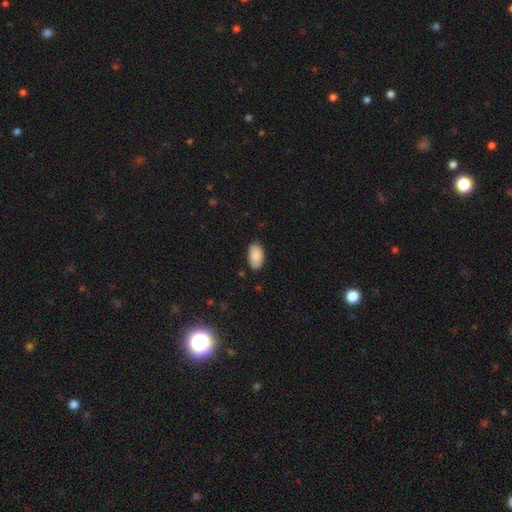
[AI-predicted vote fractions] A smooth galaxy with no disk features (89%) that is in between round and cigar-shaped (95%). Merging: none (84%).